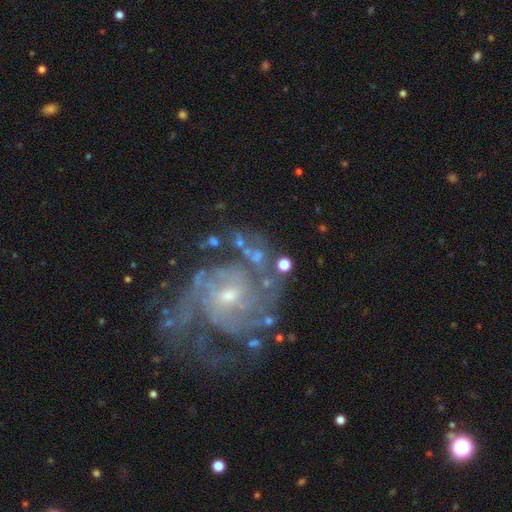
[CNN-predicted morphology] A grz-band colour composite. It shows a featured or disk galaxy (84%) with no bar (58%), tight (44%) spiral arms (93%) and a small central bulge (62%). Merging: none (55%).